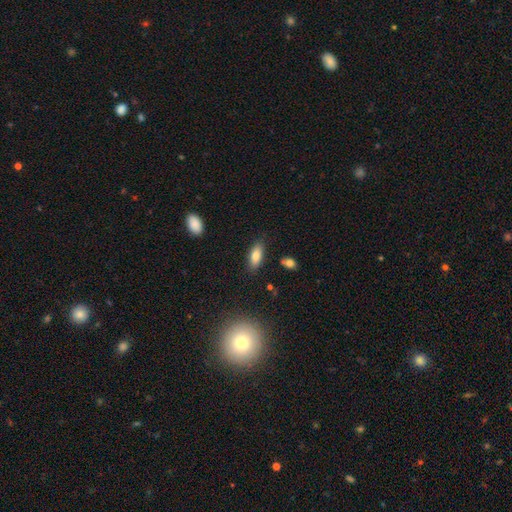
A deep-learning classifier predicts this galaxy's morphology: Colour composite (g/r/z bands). It shows a smooth galaxy with no disk features (79%) that is in between round and cigar-shaped (79%). Merging: none (82%).